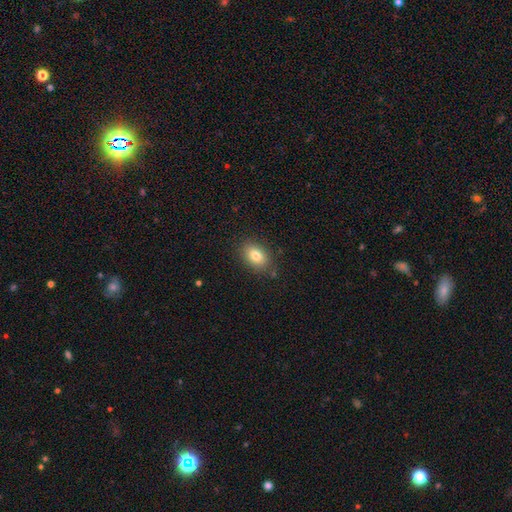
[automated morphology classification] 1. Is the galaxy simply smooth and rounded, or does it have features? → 80% smooth, 11% featured or disk, 9% star or artifact.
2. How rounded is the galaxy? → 80% in between, 18% round, 1% cigar-shaped.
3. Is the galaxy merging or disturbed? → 83% none, 12% minor disturbance, 3% major disturbance, 2% merger.